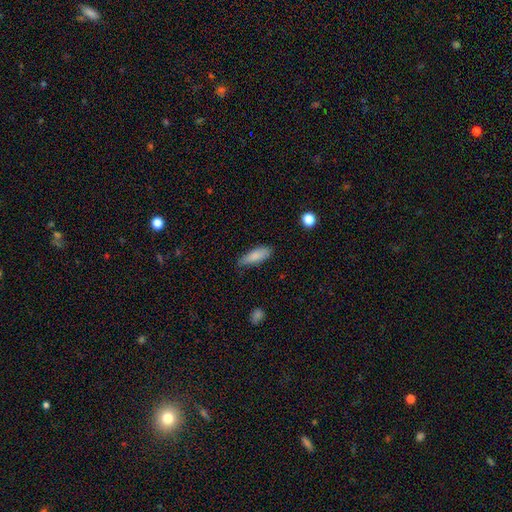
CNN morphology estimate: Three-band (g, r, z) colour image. It shows a smooth galaxy with no disk features (85%) that is in between round and cigar-shaped (55%). Merging: none (73%).